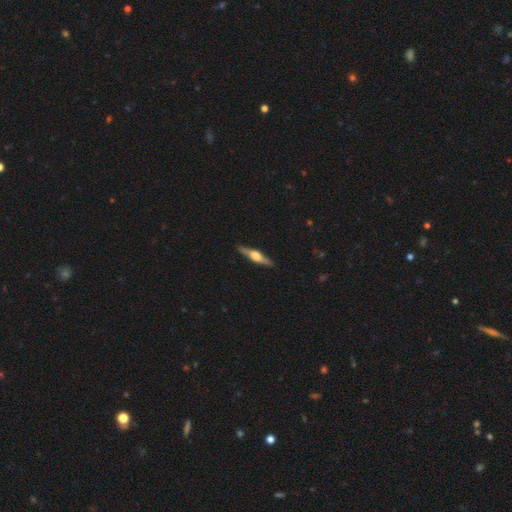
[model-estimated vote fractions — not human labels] A featured or disk galaxy (69%) viewed edge-on (97%) with a rounded central bulge (89%).

Vote fractions:
- Smooth or featured? featured or disk: 69% / smooth: 26% / star or artifact: 5%
- Edge-on disk? yes: 97% / no: 3%
- Edge-on bulge? rounded: 89% / boxy: 8% / none: 3%
- Merging? none: 90% / minor disturbance: 7% / major disturbance: 2% / merger: 1%